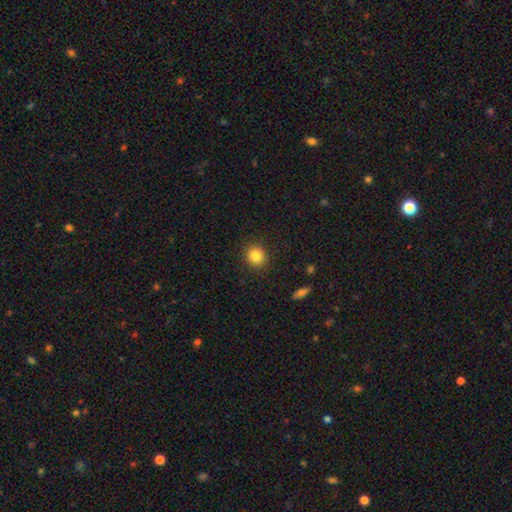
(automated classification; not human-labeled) Smooth or featured: smooth — 84% (star or artifact — 10%)
How rounded: round — 85% (in between — 14%)
Merging: none — 89% (minor disturbance — 7%)